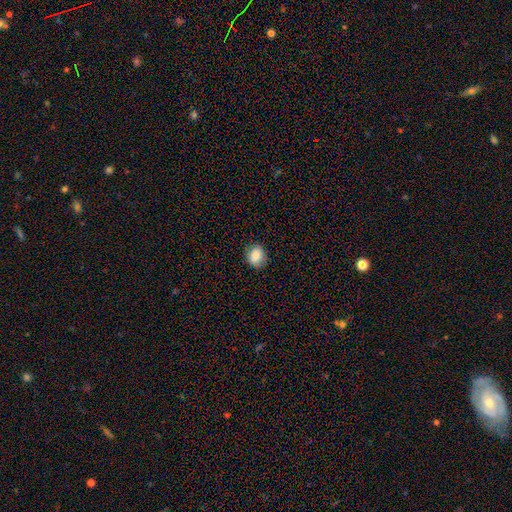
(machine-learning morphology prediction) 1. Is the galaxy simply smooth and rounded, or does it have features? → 84% smooth, 9% star or artifact, 7% featured or disk.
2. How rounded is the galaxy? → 70% round, 29% in between, 1% cigar-shaped.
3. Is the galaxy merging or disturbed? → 86% none, 11% minor disturbance, 2% major disturbance, 1% merger.